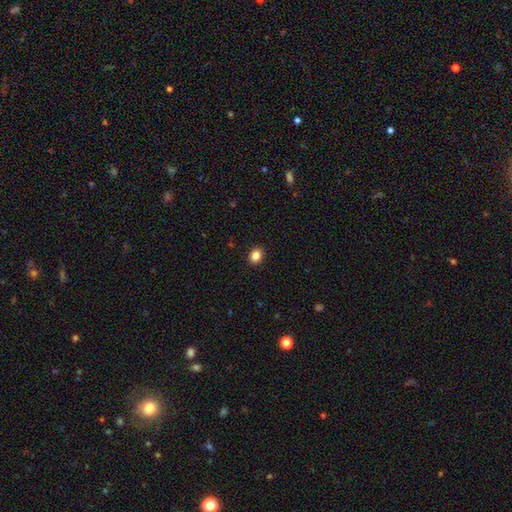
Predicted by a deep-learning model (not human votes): This appears to be a smooth galaxy with no disk features (86%) that is in between round and cigar-shaped (57%). Merging: none (91%).